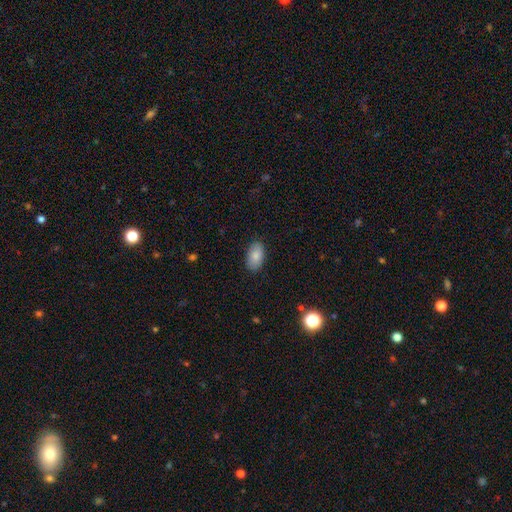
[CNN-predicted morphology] Q: Smooth or featured?
A: smooth (84%); runner-up: featured or disk (9%)
Q: How rounded?
A: in between (94%); runner-up: round (5%)
Q: Merging?
A: none (87%); runner-up: minor disturbance (10%)